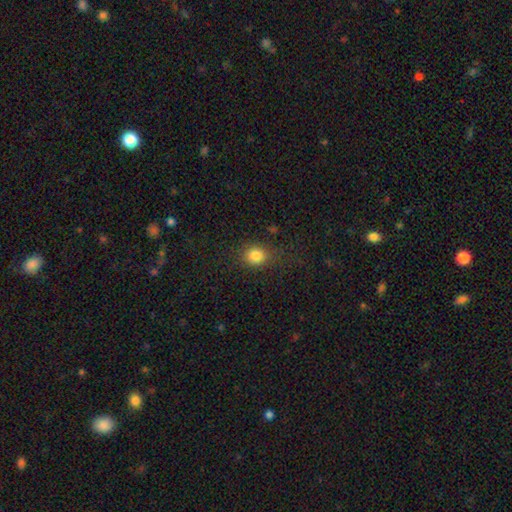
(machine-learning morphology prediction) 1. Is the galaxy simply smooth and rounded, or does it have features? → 82% smooth, 12% star or artifact, 6% featured or disk.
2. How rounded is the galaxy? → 73% round, 26% in between, 1% cigar-shaped.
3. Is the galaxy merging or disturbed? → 80% none, 13% minor disturbance, 5% major disturbance, 2% merger.